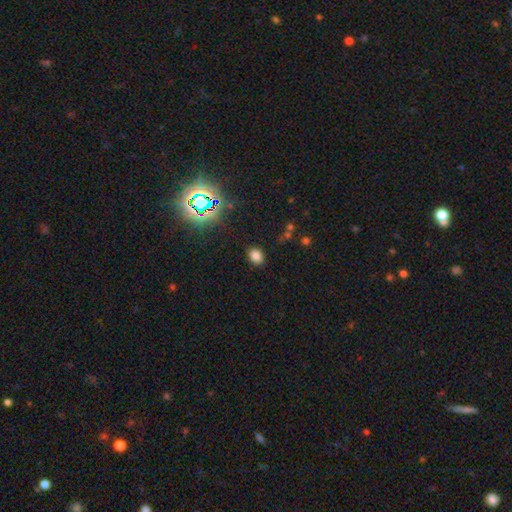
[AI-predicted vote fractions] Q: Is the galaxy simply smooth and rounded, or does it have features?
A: smooth — 78%.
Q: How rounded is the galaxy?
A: in between — 58%.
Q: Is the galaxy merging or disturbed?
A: none — 85%.